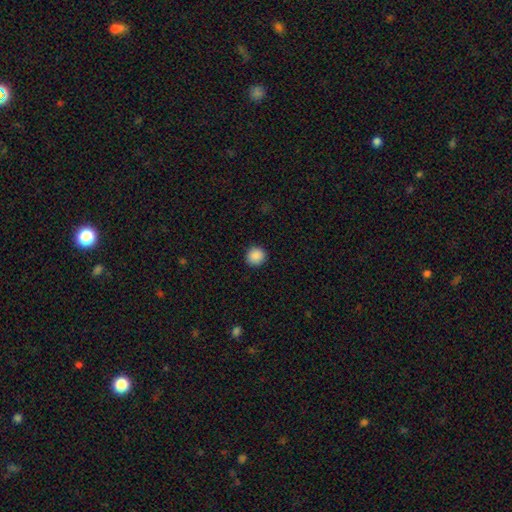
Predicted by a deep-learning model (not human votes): Smooth or featured?
  - smooth: 89% *
  - star or artifact: 9%
  - featured or disk: 2%
How rounded?
  - round: 90% *
  - in between: 9%
  - cigar-shaped: 1%
Merging?
  - none: 91% *
  - minor disturbance: 6%
  - major disturbance: 2%
  - merger: 1%